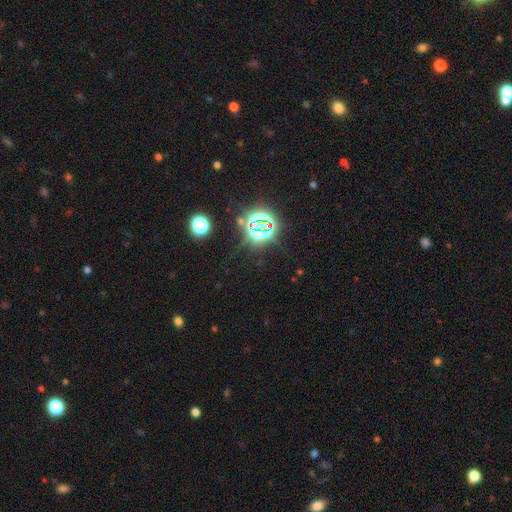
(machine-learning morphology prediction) This appears to be a star or artifact, not a galaxy (82%).